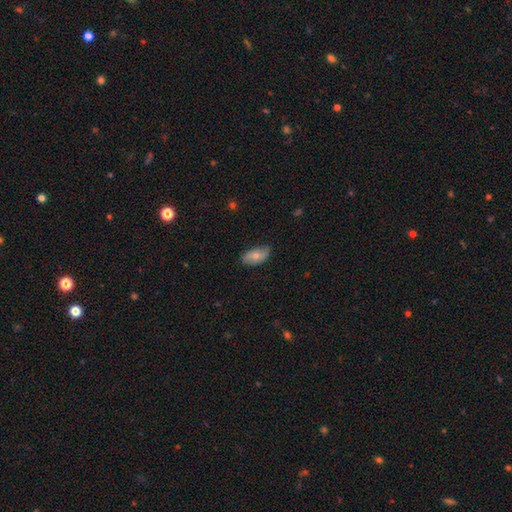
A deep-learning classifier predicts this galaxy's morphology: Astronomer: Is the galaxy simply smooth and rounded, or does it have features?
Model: smooth — 66%.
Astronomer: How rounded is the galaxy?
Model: in between — 93%.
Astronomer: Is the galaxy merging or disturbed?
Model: none — 73%.